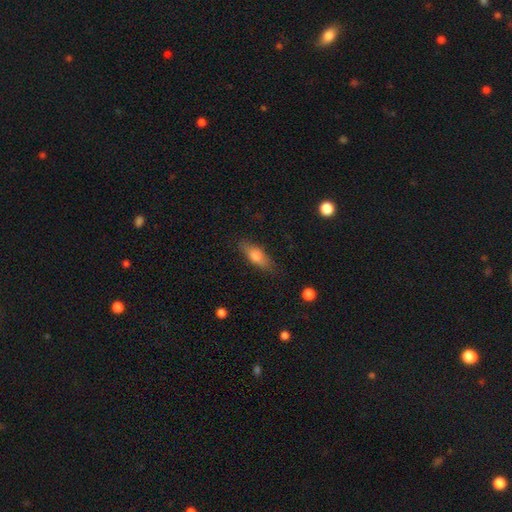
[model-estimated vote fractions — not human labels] A smooth galaxy with no disk features (68%) that is in between round and cigar-shaped (59%). Merging: none (81%).